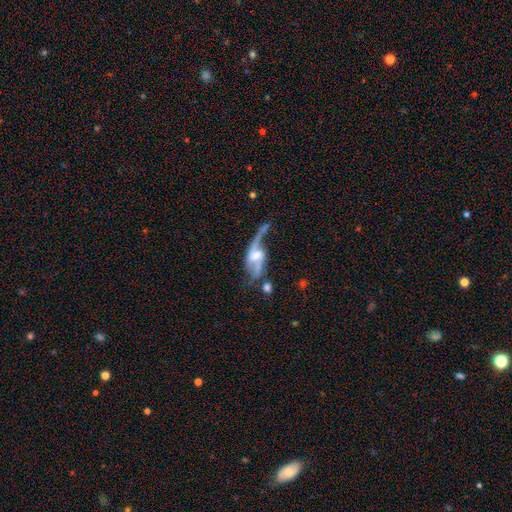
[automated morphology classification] type=featured or disk (79%); edge-on=no (92%); bar=weak (47%); spiral arms=yes (87%); winding=loose (79%); arm count=2 (78%); bulge=moderate (42%); merging=major disturbance (32%, tied with none).